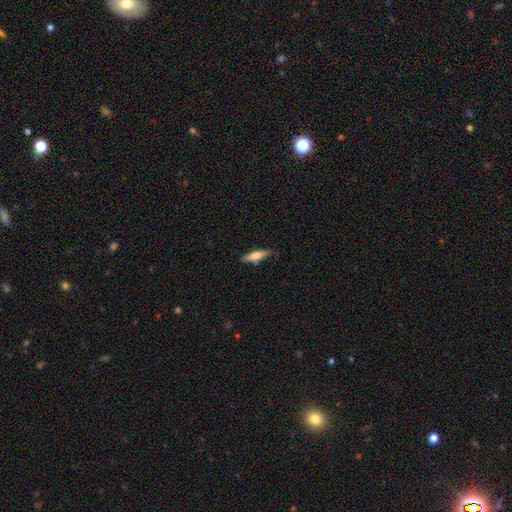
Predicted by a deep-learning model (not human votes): A smooth galaxy with no disk features (60%) that is cigar-shaped (77%).

Vote fractions:
- Smooth or featured? smooth: 60% / featured or disk: 34% / star or artifact: 6%
- How rounded? cigar-shaped: 77% / in between: 21% / round: 2%
- Merging? none: 75% / minor disturbance: 19% / major disturbance: 4% / merger: 3%